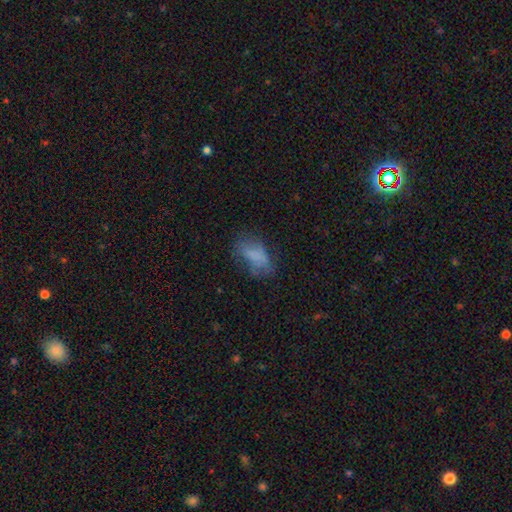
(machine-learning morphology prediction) Overall: smooth (64%). How rounded: in between (89%). Merging: none (48%; minor disturbance 28%).